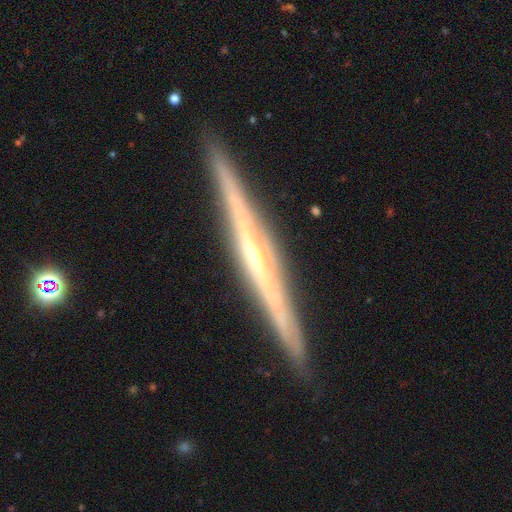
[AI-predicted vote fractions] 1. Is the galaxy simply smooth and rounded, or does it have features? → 86% featured or disk, 9% smooth, 5% star or artifact.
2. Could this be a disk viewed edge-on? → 98% yes, 2% no.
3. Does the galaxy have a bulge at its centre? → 68% rounded, 25% none, 6% boxy.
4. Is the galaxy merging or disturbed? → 91% none, 6% minor disturbance, 1% major disturbance, 1% merger.